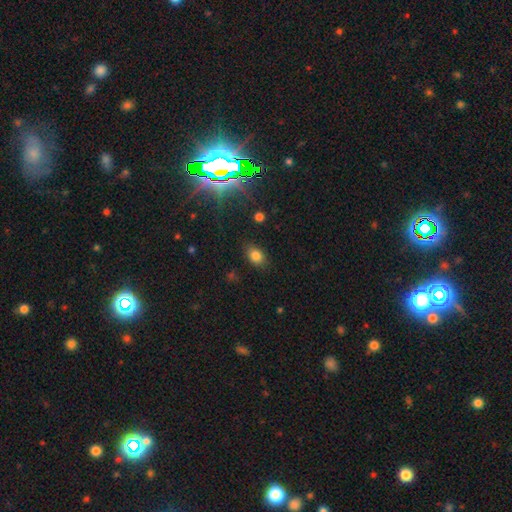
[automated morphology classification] A smooth galaxy with no disk features (80%) that is in between round and cigar-shaped (75%).

Vote fractions:
- Smooth or featured? smooth: 80% / star or artifact: 13% / featured or disk: 7%
- How rounded? in between: 75% / round: 23% / cigar-shaped: 2%
- Merging? none: 83% / minor disturbance: 12% / major disturbance: 3% / merger: 2%